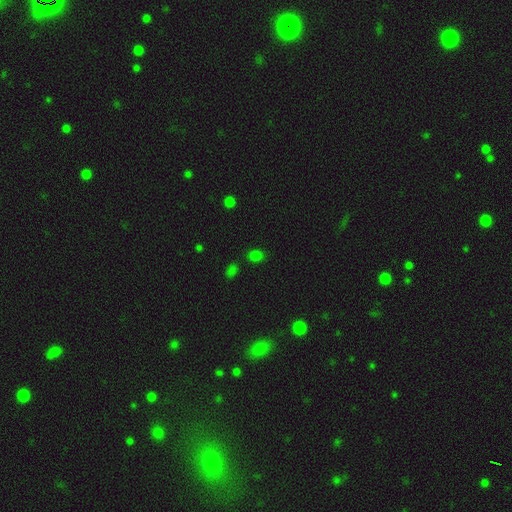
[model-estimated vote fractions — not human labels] smooth 74%, star or artifact 22%, featured or disk 4%. Down the decision tree: how rounded — in between (53%); merging — none (82%).